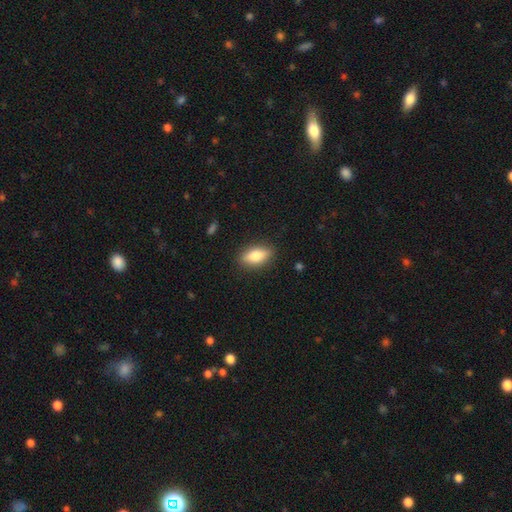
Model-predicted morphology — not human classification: smooth_or_featured: smooth (p=0.79) [alt: featured or disk p=0.15]
how_rounded: in between (p=0.83) [alt: cigar-shaped p=0.12]
merging: none (p=0.86) [alt: minor disturbance p=0.10]